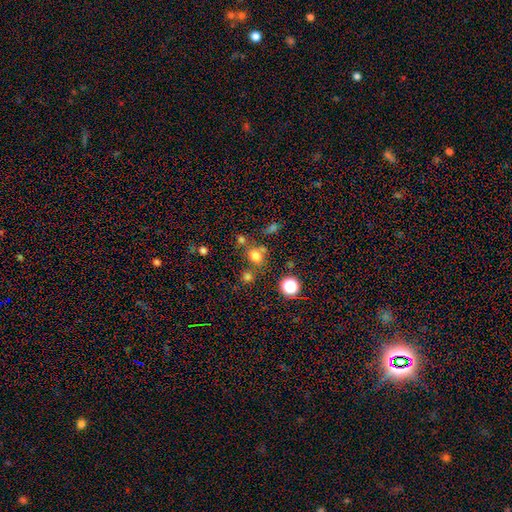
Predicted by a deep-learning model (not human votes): Smooth or featured? Predicted: smooth (p=0.72). How rounded? Predicted: round (p=0.66). Merging? Predicted: none (p=0.64).